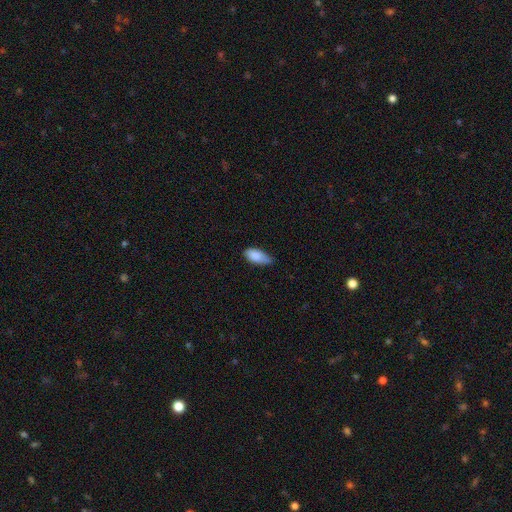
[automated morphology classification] This is clearly a smooth galaxy (86%). How rounded: clearly in between (88%). Merging: possibly none (54%).